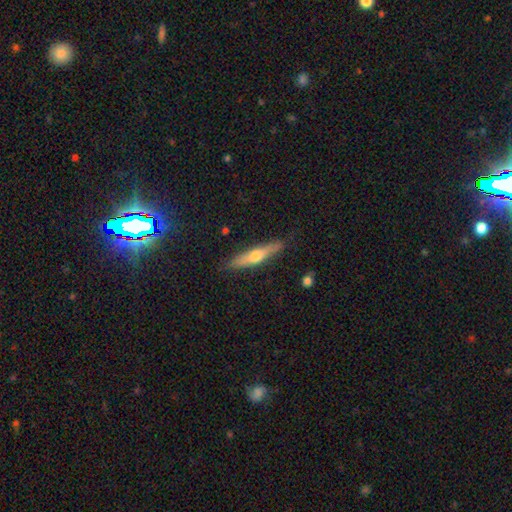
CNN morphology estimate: This appears to be a featured or disk galaxy (48%). Merging: none (86%).